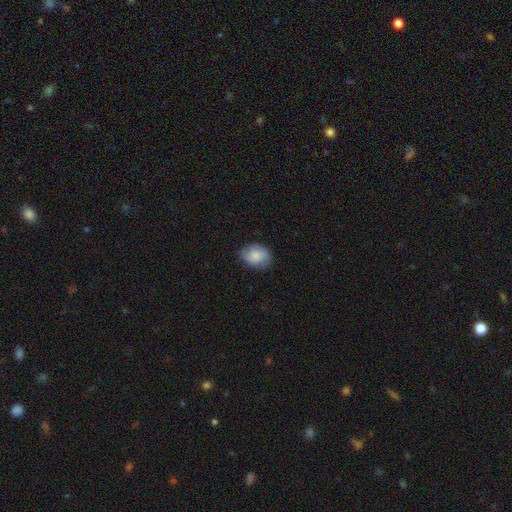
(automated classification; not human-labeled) This is likely a smooth galaxy (72%). How rounded: likely in between (66%). Merging: likely none (75%).